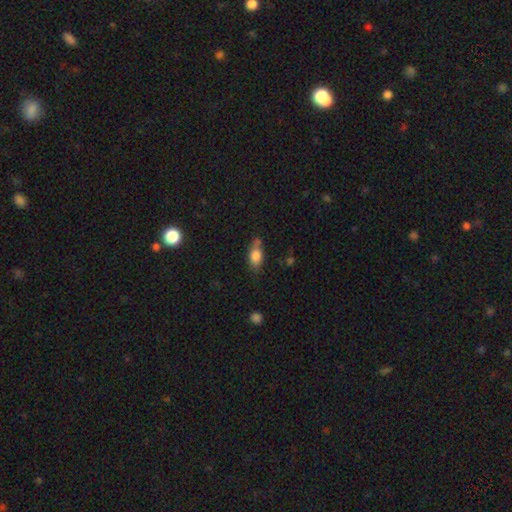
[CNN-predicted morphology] Q: Smooth or featured?
A: smooth (80%); runner-up: featured or disk (12%)
Q: How rounded?
A: in between (83%); runner-up: cigar-shaped (9%)
Q: Merging?
A: none (57%); runner-up: minor disturbance (24%)